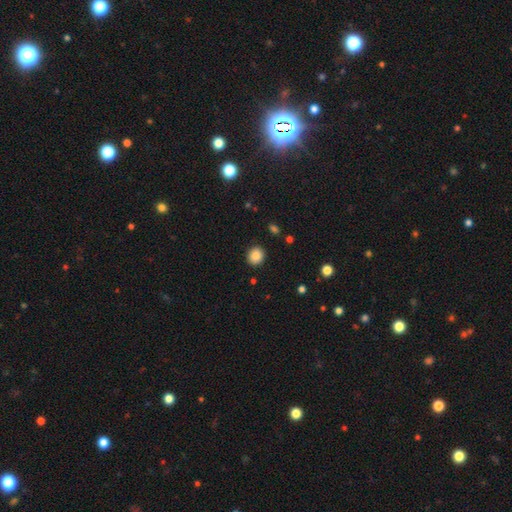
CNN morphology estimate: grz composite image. It shows a smooth galaxy with no disk features (87%) that is round (79%). Merging: none (89%).